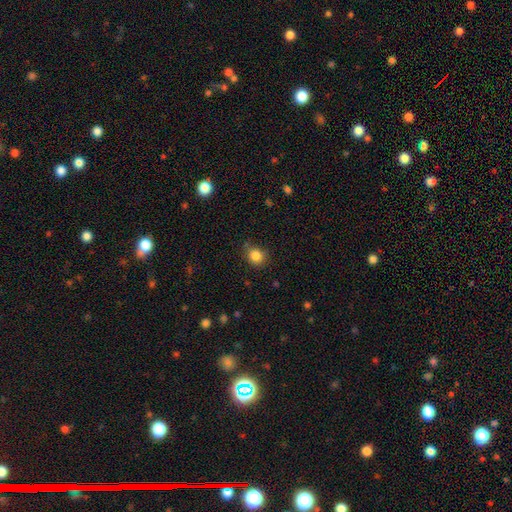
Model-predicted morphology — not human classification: Overall: smooth (84%). How rounded: round (77%). Merging: none (77%).